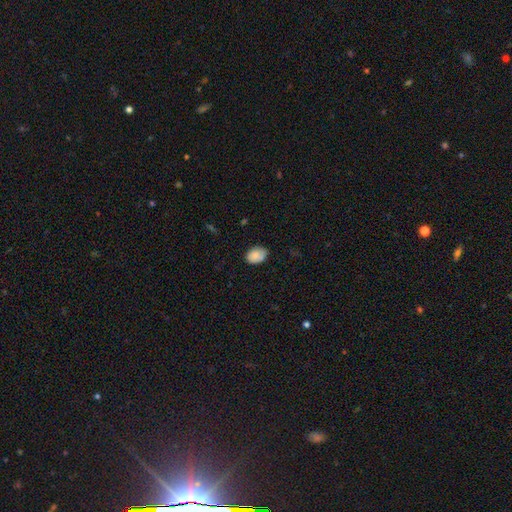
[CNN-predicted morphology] This is clearly a smooth galaxy (85%). How rounded: likely in between (77%). Merging: likely none (69%).